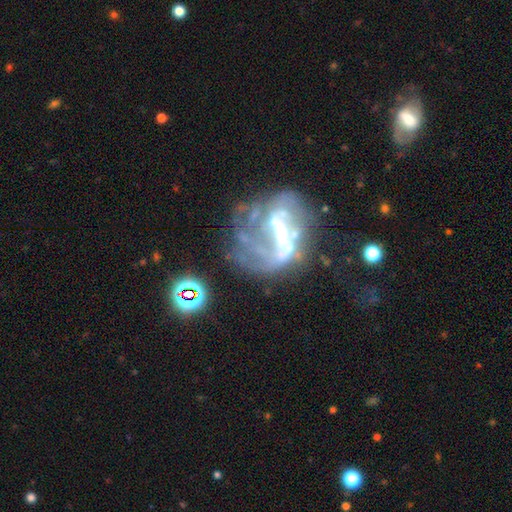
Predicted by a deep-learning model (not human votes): This is likely a featured or disk galaxy (74%). It is clearly not viewed edge-on (96%). Bar: possibly strong (53%). Spiral arm pattern: possibly yes (51%). Central bulge: marginally none (43%). Merging: marginally major disturbance (39%).